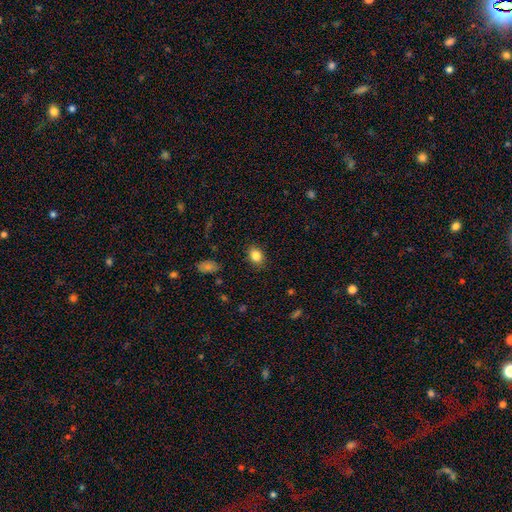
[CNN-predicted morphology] This appears to be a smooth galaxy with no disk features (84%) that is in between round and cigar-shaped (65%). Merging: none (86%).